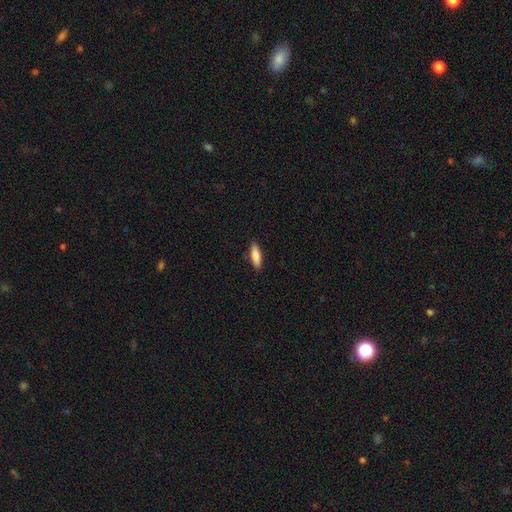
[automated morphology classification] A smooth galaxy with no disk features (85%) that is in between round and cigar-shaped (54%).

Vote fractions:
- Smooth or featured? smooth: 85% / featured or disk: 9% / star or artifact: 6%
- How rounded? in between: 54% / cigar-shaped: 44% / round: 2%
- Merging? none: 89% / minor disturbance: 8% / major disturbance: 2% / merger: 1%